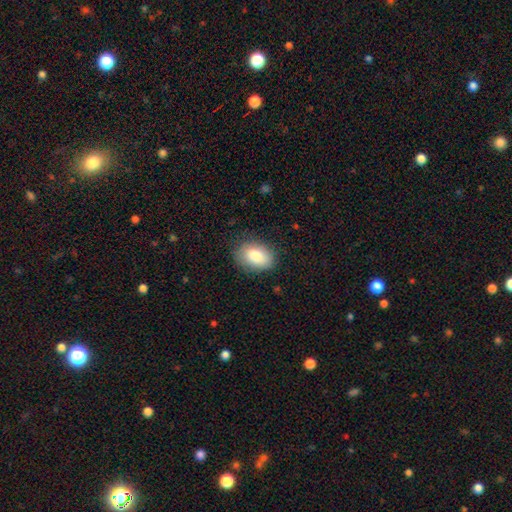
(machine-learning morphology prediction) Smooth or featured?
  - smooth: 84% *
  - featured or disk: 9%
  - star or artifact: 7%
How rounded?
  - in between: 79% *
  - round: 20%
  - cigar-shaped: 1%
Merging?
  - none: 82% *
  - minor disturbance: 14%
  - major disturbance: 4%
  - merger: 1%